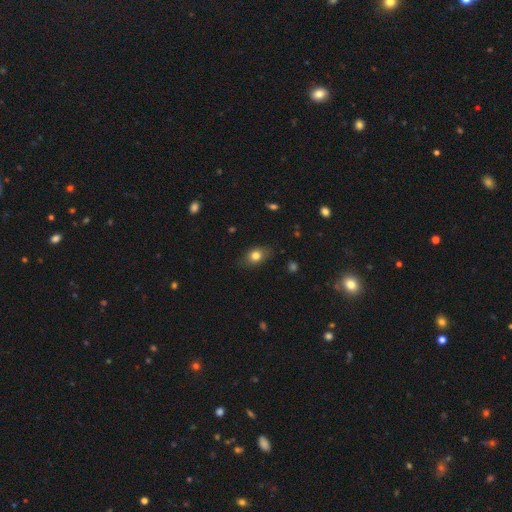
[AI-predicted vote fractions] A smooth galaxy with no disk features (78%) that is in between round and cigar-shaped (74%).

Vote fractions:
- Smooth or featured? smooth: 78% / featured or disk: 12% / star or artifact: 10%
- How rounded? in between: 74% / round: 24% / cigar-shaped: 3%
- Merging? none: 81% / minor disturbance: 15% / major disturbance: 3% / merger: 1%